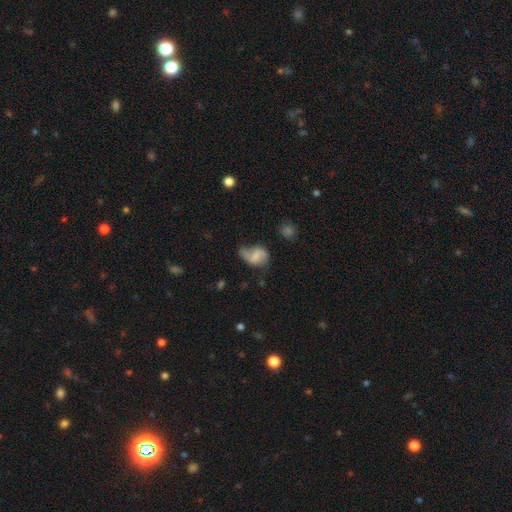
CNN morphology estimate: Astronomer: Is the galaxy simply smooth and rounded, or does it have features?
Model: featured or disk — 58% (runner-up: smooth, 34%).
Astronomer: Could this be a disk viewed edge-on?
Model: no — 97%.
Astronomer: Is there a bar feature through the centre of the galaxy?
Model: weak — 46% (runner-up: no, 38%).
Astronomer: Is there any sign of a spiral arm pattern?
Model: yes — 86%.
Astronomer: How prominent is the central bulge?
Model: small — 44% (runner-up: moderate, 31%).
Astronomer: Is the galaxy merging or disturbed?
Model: none — 44% (runner-up: minor disturbance, 32%).